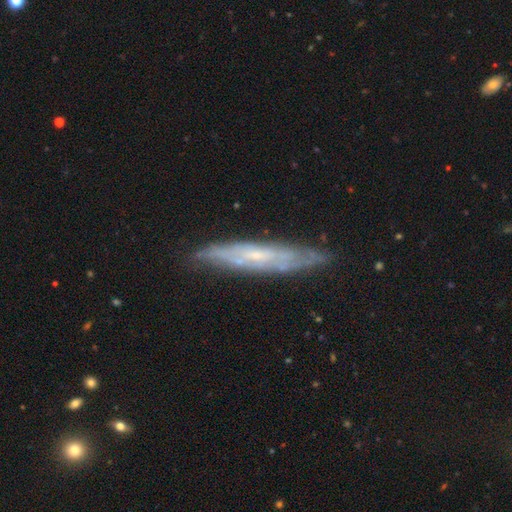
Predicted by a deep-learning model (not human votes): smooth_or_featured: featured or disk (p=0.70) [alt: smooth p=0.23]
disk_edge_on: yes (p=0.59) [alt: no p=0.41]
merging: none (p=0.78) [alt: minor disturbance p=0.17]